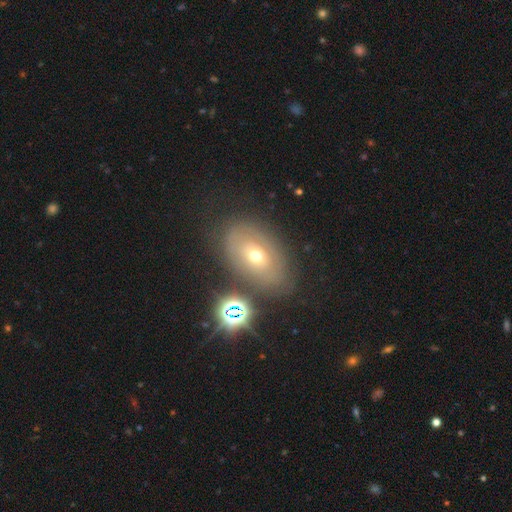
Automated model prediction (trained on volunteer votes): Smooth or featured: featured or disk — 45% (smooth — 40%)
Merging: none — 71% (minor disturbance — 16%)